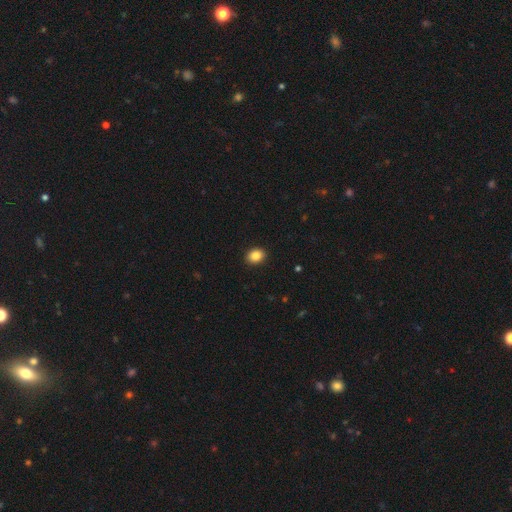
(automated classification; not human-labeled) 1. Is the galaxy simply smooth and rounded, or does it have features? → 87% smooth, 9% star or artifact, 4% featured or disk.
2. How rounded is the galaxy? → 58% in between, 41% round, 1% cigar-shaped.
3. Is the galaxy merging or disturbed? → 92% none, 6% minor disturbance, 2% major disturbance, 1% merger.